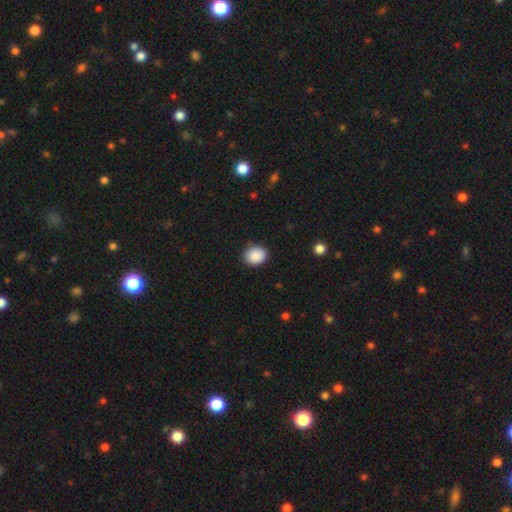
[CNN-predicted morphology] A smooth galaxy with no disk features (89%) that is round (63%). Merging: none (86%).